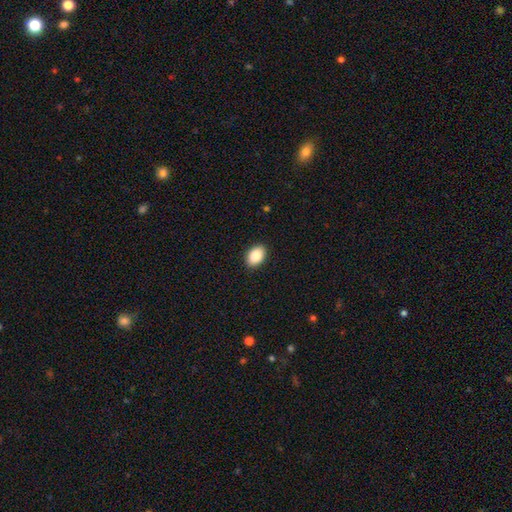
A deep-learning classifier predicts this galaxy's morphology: Smooth or featured?
  - smooth: 86% *
  - star or artifact: 7%
  - featured or disk: 6%
How rounded?
  - in between: 84% *
  - round: 14%
  - cigar-shaped: 1%
Merging?
  - none: 91% *
  - minor disturbance: 7%
  - major disturbance: 2%
  - merger: 1%